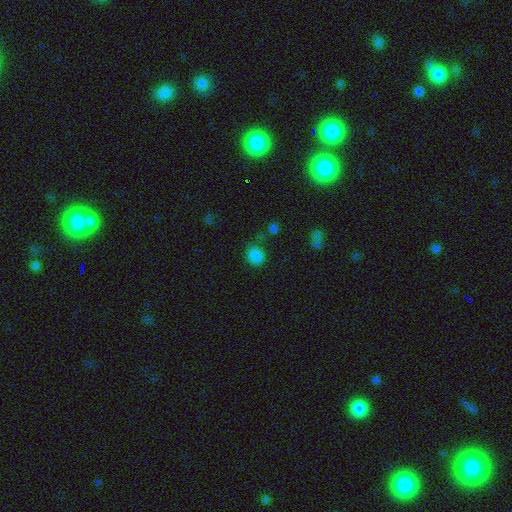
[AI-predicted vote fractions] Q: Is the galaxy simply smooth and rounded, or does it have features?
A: smooth — 82%.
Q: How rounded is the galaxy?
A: round — 77%.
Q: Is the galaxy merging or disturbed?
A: none — 75%.